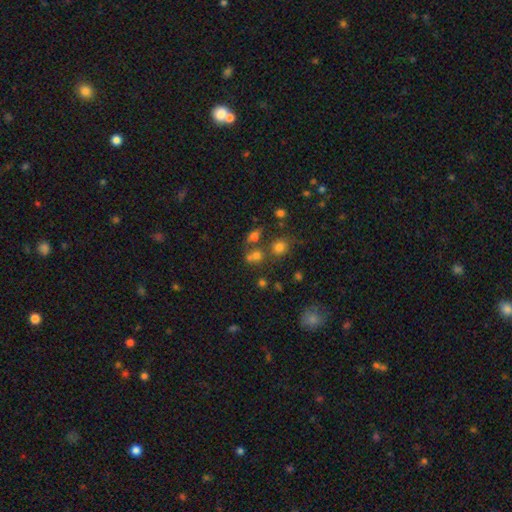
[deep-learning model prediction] Smooth or featured?
  - smooth: 64% *
  - star or artifact: 24%
  - featured or disk: 12%
How rounded?
  - round: 70% *
  - in between: 28%
  - cigar-shaped: 2%
Merging?
  - none: 49% *
  - merger: 34%
  - minor disturbance: 11%
  - major disturbance: 6%